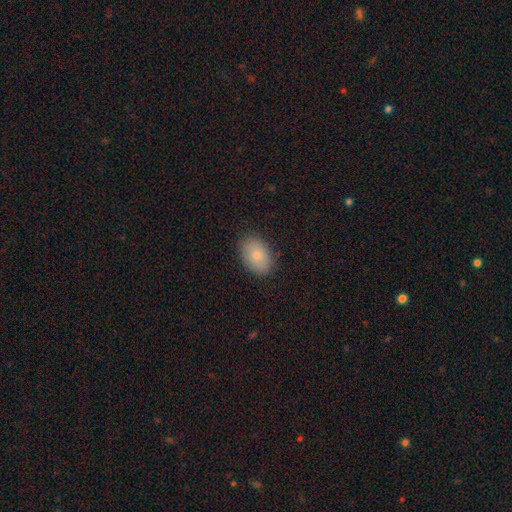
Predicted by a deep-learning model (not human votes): Q: Smooth or featured?
A: smooth (81%); runner-up: featured or disk (11%)
Q: How rounded?
A: in between (84%); runner-up: round (15%)
Q: Merging?
A: none (87%); runner-up: minor disturbance (10%)